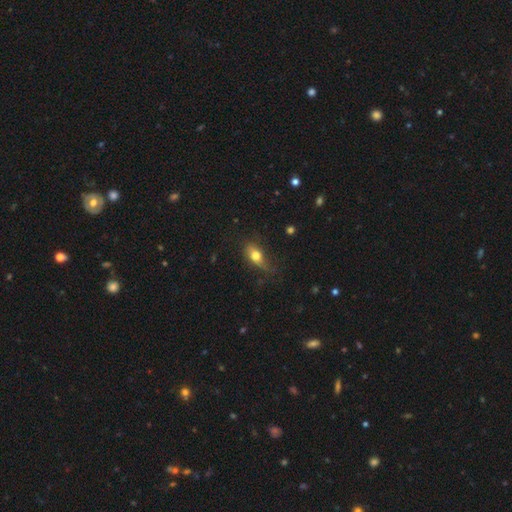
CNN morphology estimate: smooth-or-featured: smooth: 70% | featured or disk: 22% | star or artifact: 9%
  how-rounded: in between: 75% | round: 13% | cigar-shaped: 12%
  merging: none: 53% | minor disturbance: 30% | major disturbance: 15% | merger: 2%